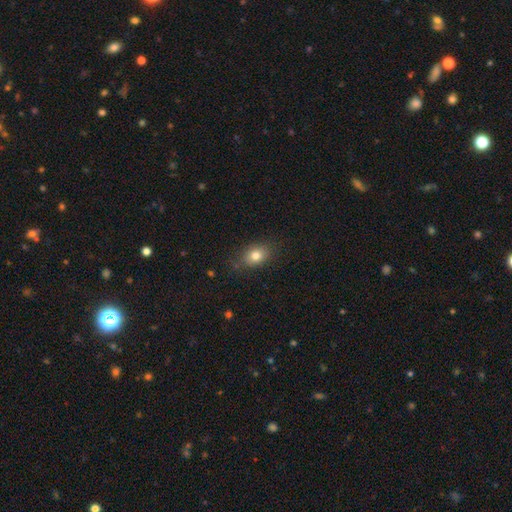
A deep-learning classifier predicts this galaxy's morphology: A smooth galaxy with no disk features (79%) that is in between round and cigar-shaped (73%).

Vote fractions:
- Smooth or featured? smooth: 79% / featured or disk: 10% / star or artifact: 10%
- How rounded? in between: 73% / round: 25% / cigar-shaped: 2%
- Merging? none: 81% / minor disturbance: 14% / major disturbance: 4% / merger: 1%